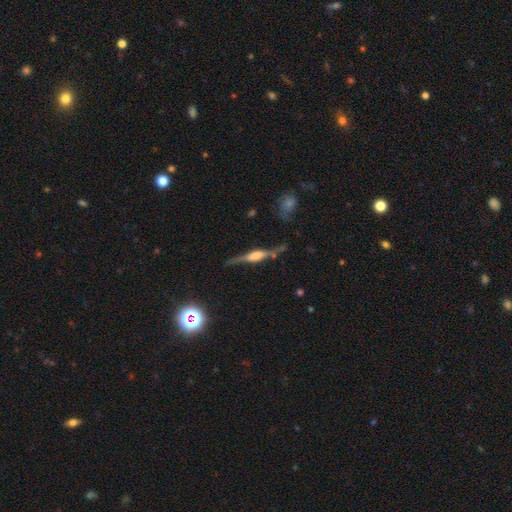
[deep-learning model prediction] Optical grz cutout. It shows a featured or disk galaxy (79%) viewed edge-on (94%) with a rounded central bulge (60%). Merging: none (73%).